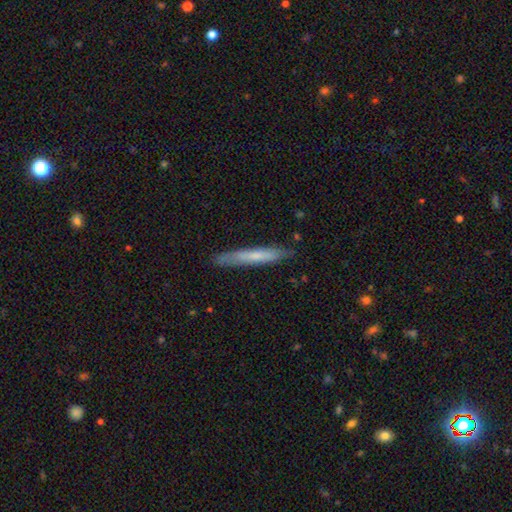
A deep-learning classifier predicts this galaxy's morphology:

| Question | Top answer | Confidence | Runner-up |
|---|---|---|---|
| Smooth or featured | smooth | 61% | featured or disk (33%) |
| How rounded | cigar-shaped | 95% | in between (4%) |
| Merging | none | 86% | minor disturbance (11%) |